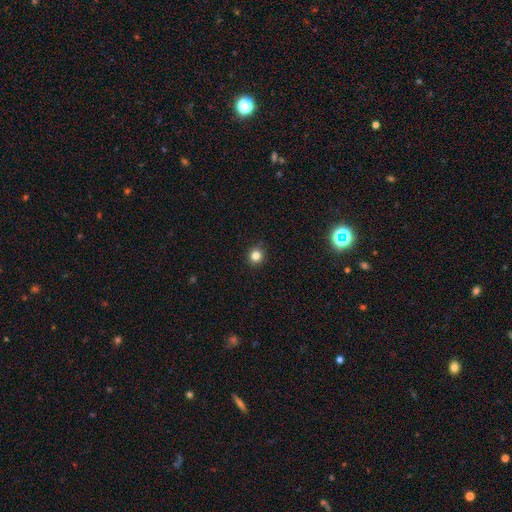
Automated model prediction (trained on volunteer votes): The model was most divided on "smooth or featured": smooth: 82%, star or artifact: 13%, featured or disk: 5%. More confident: how rounded — round (90%); merging — none (89%).